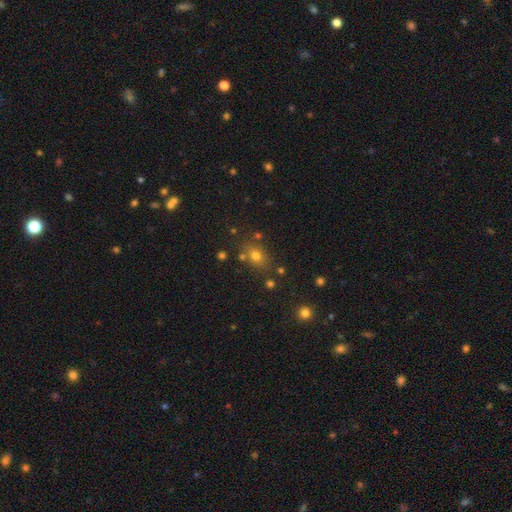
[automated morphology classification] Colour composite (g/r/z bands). It shows a smooth galaxy with no disk features (72%) that is in between round and cigar-shaped (51%). Merging: none (73%).